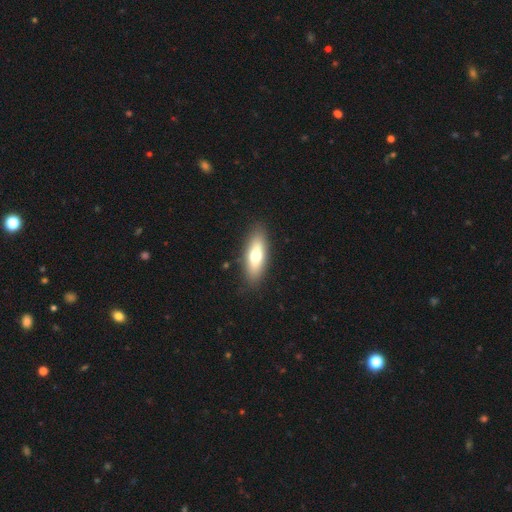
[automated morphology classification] This appears to be a smooth galaxy with no disk features (65%) that is in between round and cigar-shaped (65%). Merging: none (87%).